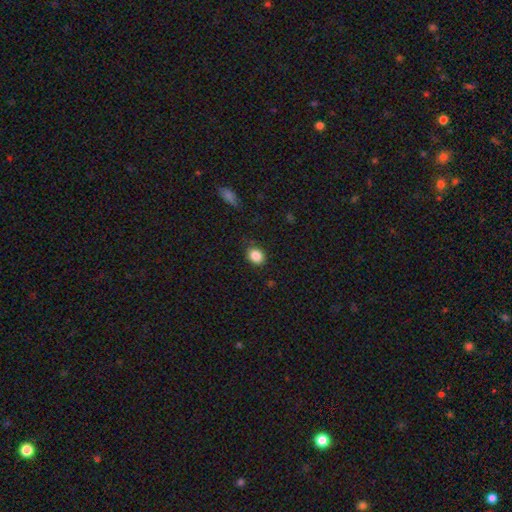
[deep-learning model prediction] A smooth galaxy with no disk features (87%) that is in between round and cigar-shaped (51%). Merging: none (83%).